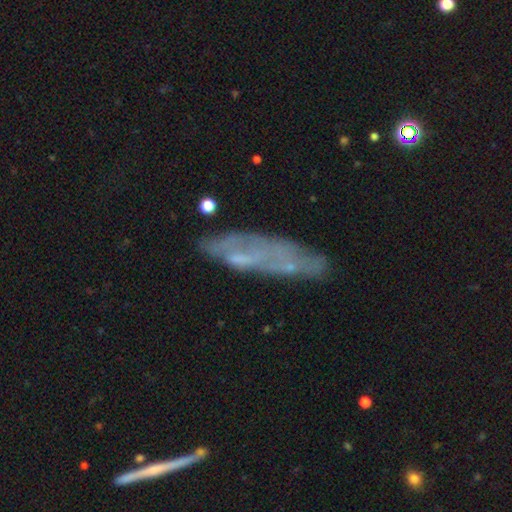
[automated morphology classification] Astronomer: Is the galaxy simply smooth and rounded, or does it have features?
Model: featured or disk — 55% (runner-up: smooth, 30%).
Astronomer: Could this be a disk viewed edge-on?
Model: no — 64%.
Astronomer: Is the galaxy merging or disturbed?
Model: none — 68%.